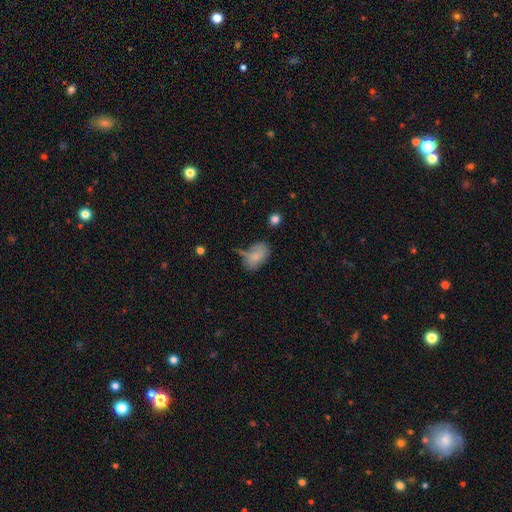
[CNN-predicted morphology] Smooth or featured? Predicted: smooth (p=0.76). How rounded? Predicted: in between (p=0.88). Merging? Predicted: none (p=0.41).